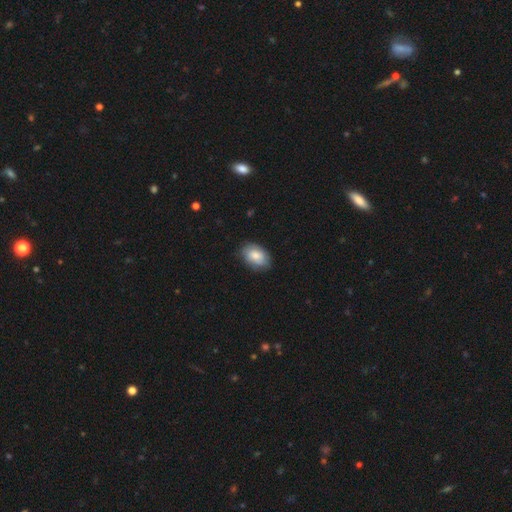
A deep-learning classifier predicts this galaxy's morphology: A smooth galaxy with no disk features (76%) that is in between round and cigar-shaped (87%).

Vote fractions:
- Smooth or featured? smooth: 76% / featured or disk: 18% / star or artifact: 7%
- How rounded? in between: 87% / round: 12% / cigar-shaped: 1%
- Merging? none: 78% / minor disturbance: 18% / major disturbance: 3% / merger: 1%